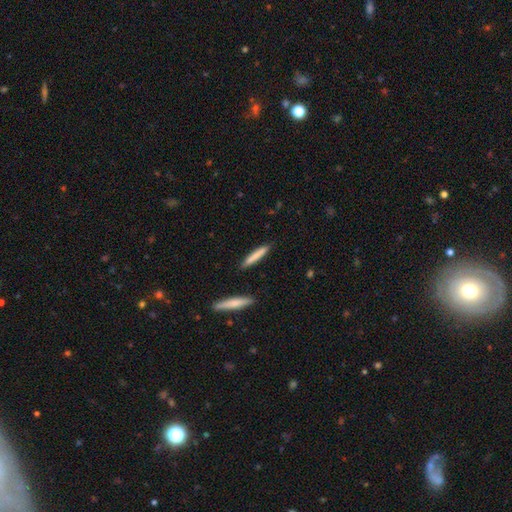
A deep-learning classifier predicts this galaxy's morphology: Overall: smooth (77%). How rounded: cigar-shaped (92%). Merging: none (88%).